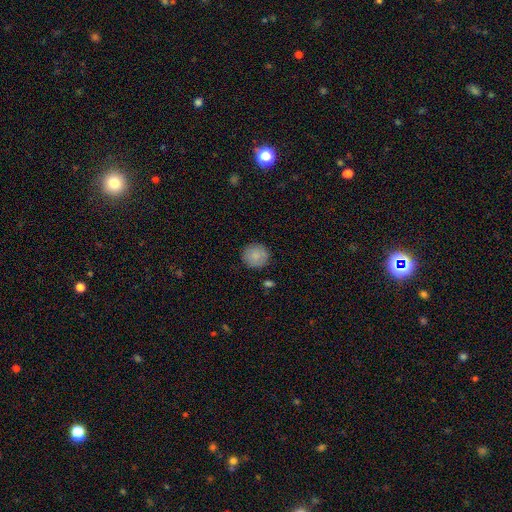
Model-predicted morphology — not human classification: Overall: smooth (86%). How rounded: round (93%). Merging: none (89%).